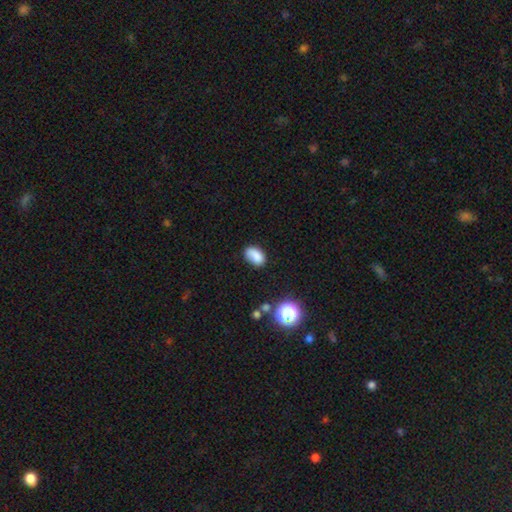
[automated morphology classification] Overall: smooth (80%). How rounded: in between (85%). Merging: none (64%).